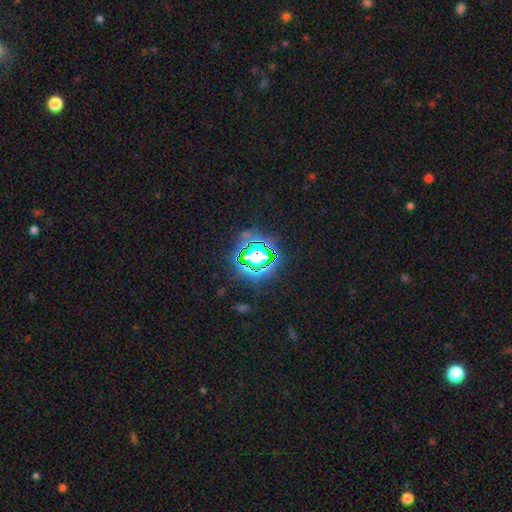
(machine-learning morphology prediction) A star or artifact, not a galaxy (78%).